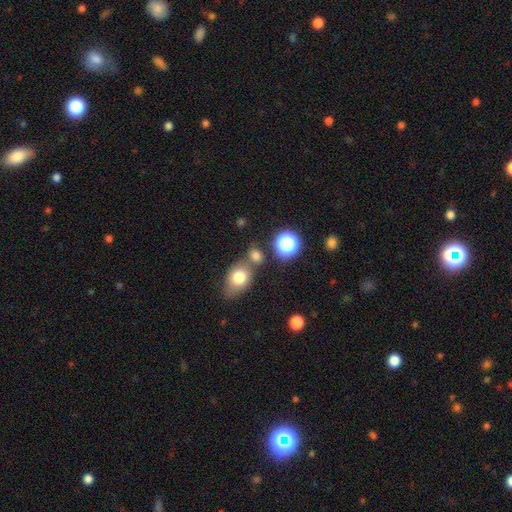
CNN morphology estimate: A smooth galaxy with no disk features (74%) that is round (57%). Merging: none (57%).